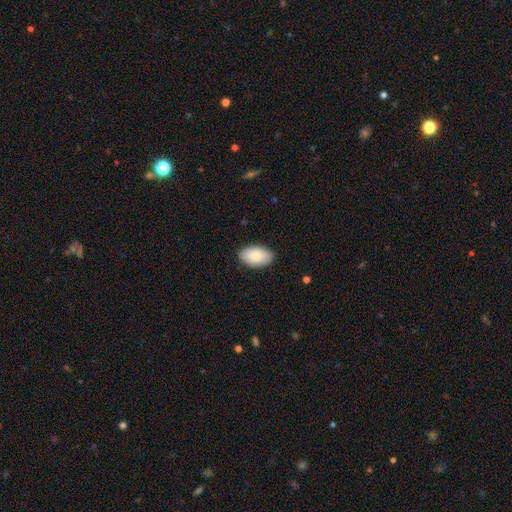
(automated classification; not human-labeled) Smooth or featured? smooth (85%)
How rounded? in between (94%)
Merging? none (87%)